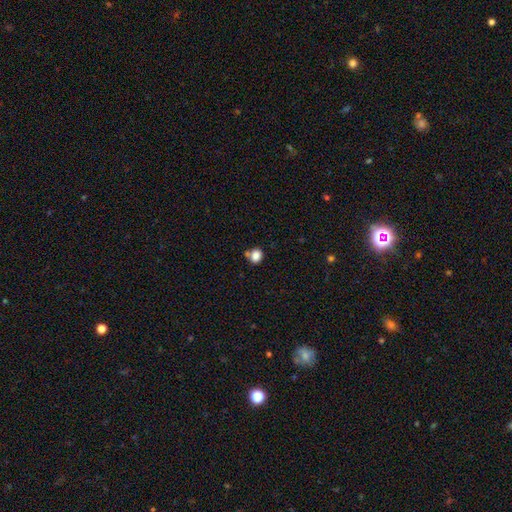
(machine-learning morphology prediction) smooth-or-featured: smooth: 84% | star or artifact: 11% | featured or disk: 5%
  how-rounded: round: 60% | in between: 39% | cigar-shaped: 1%
  merging: none: 61% | merger: 18% | minor disturbance: 16% | major disturbance: 5%